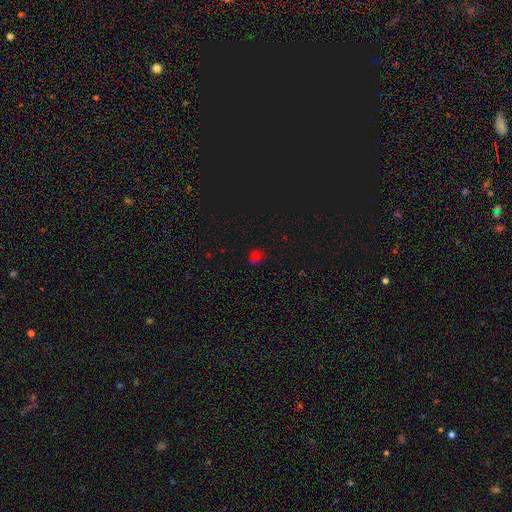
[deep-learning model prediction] Smooth or featured: star or artifact — 46% (smooth — 45%)